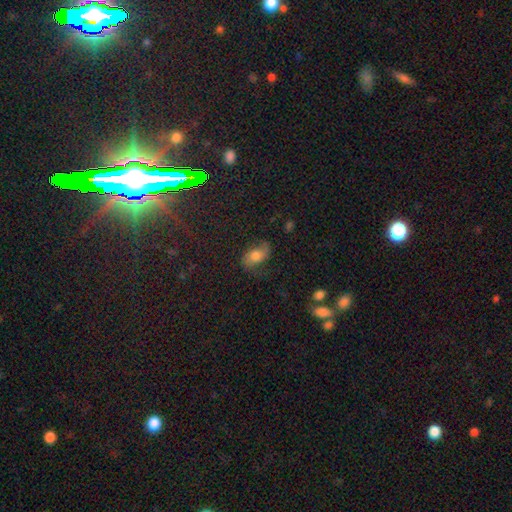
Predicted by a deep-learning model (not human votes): A smooth galaxy with no disk features (49%). Merging: none (64%).